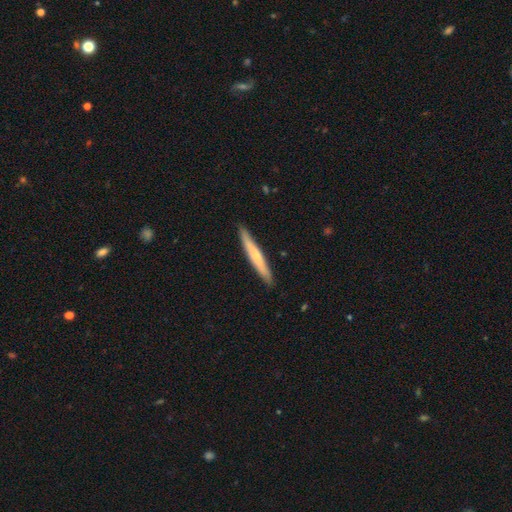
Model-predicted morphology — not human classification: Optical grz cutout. It shows a smooth galaxy with no disk features (51%) that is cigar-shaped (95%). Merging: none (90%).